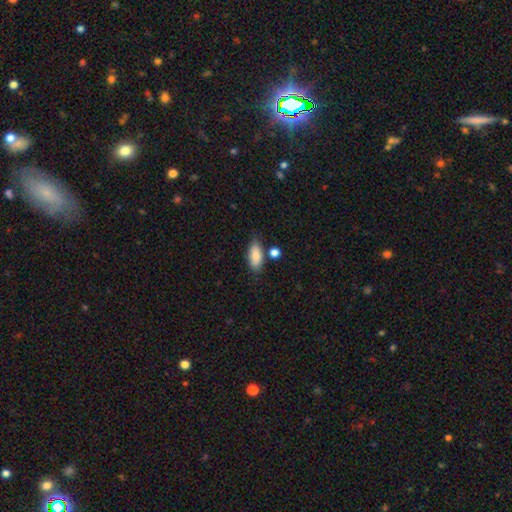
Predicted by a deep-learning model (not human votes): A smooth galaxy with no disk features (84%) that is in between round and cigar-shaped (85%).

Vote fractions:
- Smooth or featured? smooth: 84% / featured or disk: 9% / star or artifact: 7%
- How rounded? in between: 85% / cigar-shaped: 12% / round: 4%
- Merging? none: 71% / minor disturbance: 16% / merger: 9% / major disturbance: 4%